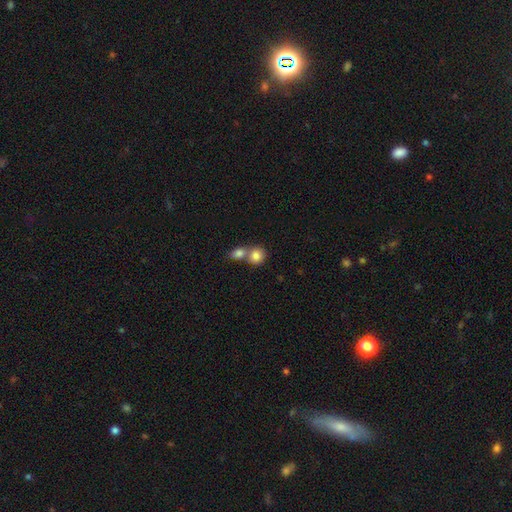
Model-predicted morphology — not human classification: Smooth or featured? smooth (83%)
How rounded? round (79%)
Merging? merger (56%)